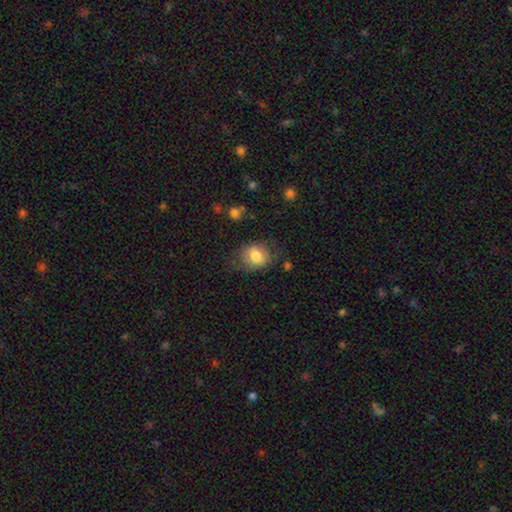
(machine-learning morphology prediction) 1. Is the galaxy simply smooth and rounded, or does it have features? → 76% smooth, 16% featured or disk, 8% star or artifact.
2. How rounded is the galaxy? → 51% in between, 48% round, 1% cigar-shaped.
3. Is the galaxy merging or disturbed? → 60% none, 25% minor disturbance, 13% major disturbance, 2% merger.